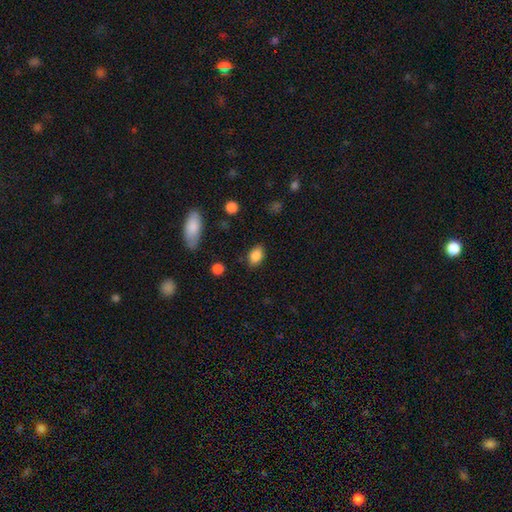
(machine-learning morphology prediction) smooth_or_featured: smooth (p=0.86) [alt: star or artifact p=0.09]
how_rounded: in between (p=0.84) [alt: round p=0.14]
merging: none (p=0.82) [alt: minor disturbance p=0.13]